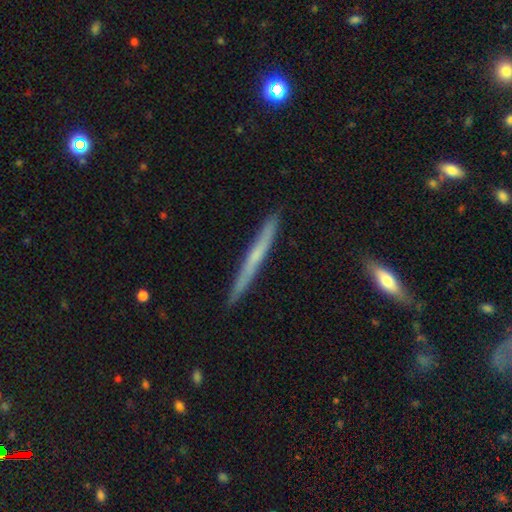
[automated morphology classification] smooth-or-featured: featured or disk: 52% | smooth: 42% | star or artifact: 6%
  disk-edge-on: yes: 97% | no: 3%
    edge-on-bulge: none: 70% | rounded: 26% | boxy: 5%
  merging: none: 90% | minor disturbance: 8% | major disturbance: 1% | merger: 1%